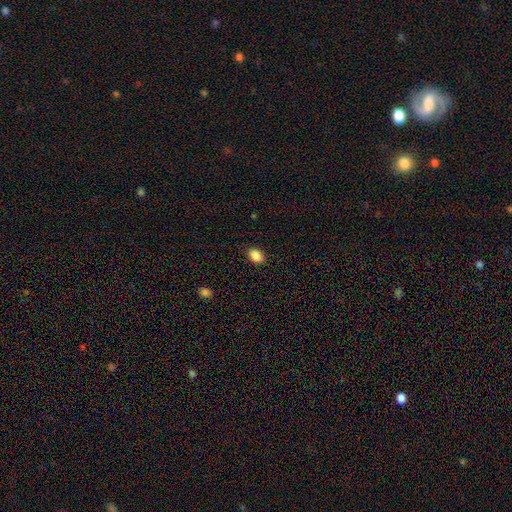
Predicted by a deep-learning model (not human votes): A smooth galaxy with no disk features (88%) that is in between round and cigar-shaped (83%). Merging: none (87%).